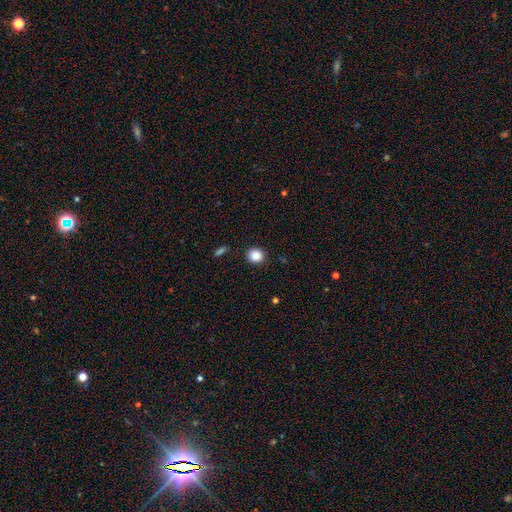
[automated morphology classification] smooth_or_featured: smooth (p=0.87) [alt: star or artifact p=0.09]
how_rounded: round (p=0.78) [alt: in between p=0.21]
merging: none (p=0.89) [alt: minor disturbance p=0.07]